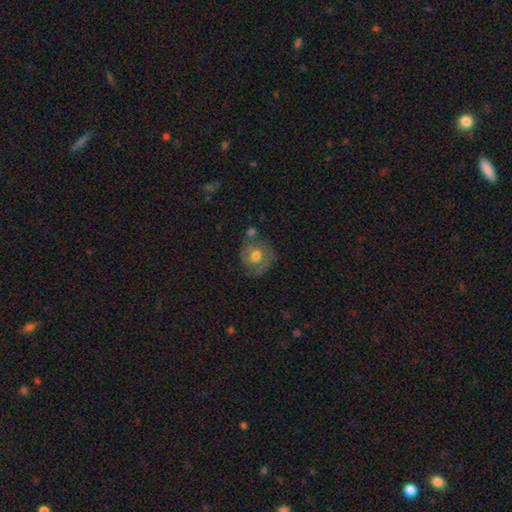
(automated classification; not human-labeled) smooth 47%, featured or disk 44%, star or artifact 8%. Down the decision tree: merging — none (63%).